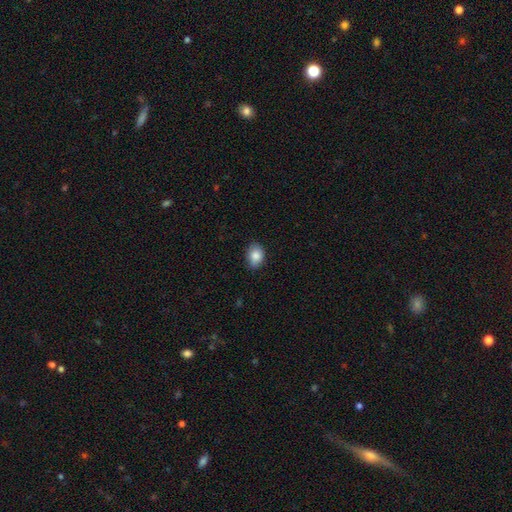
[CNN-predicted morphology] Smooth or featured: smooth — 85% (star or artifact — 8%)
How rounded: in between — 77% (round — 22%)
Merging: none — 81% (minor disturbance — 16%)